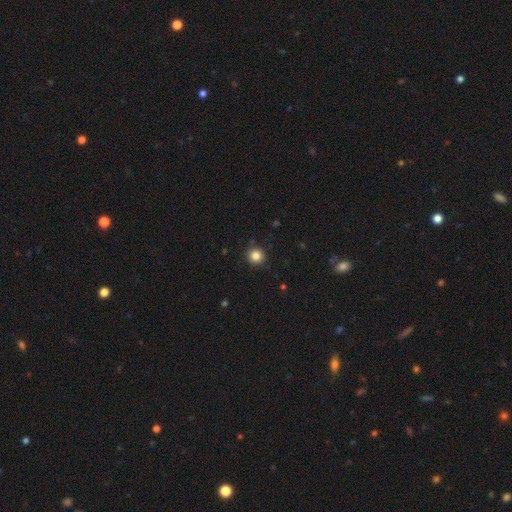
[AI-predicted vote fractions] This is clearly a smooth galaxy (84%). How rounded: clearly round (94%). Merging: clearly none (90%).